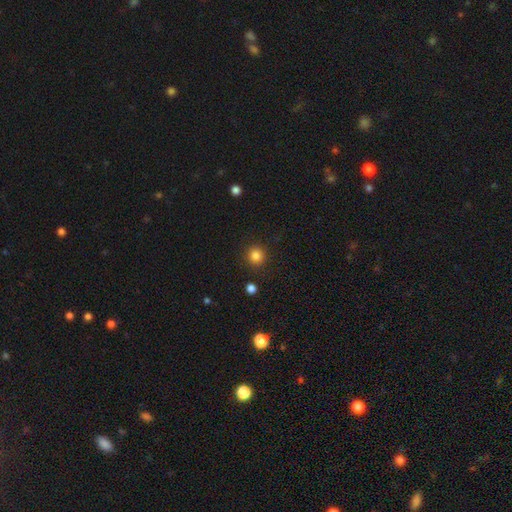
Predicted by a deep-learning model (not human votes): Smooth or featured? smooth (84%)
How rounded? round (94%)
Merging? none (90%)